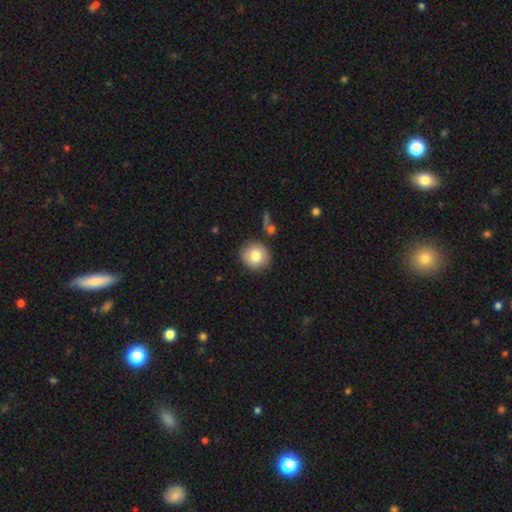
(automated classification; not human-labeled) Smooth or featured? Predicted: smooth (p=0.81). How rounded? Predicted: round (p=0.88). Merging? Predicted: none (p=0.84).